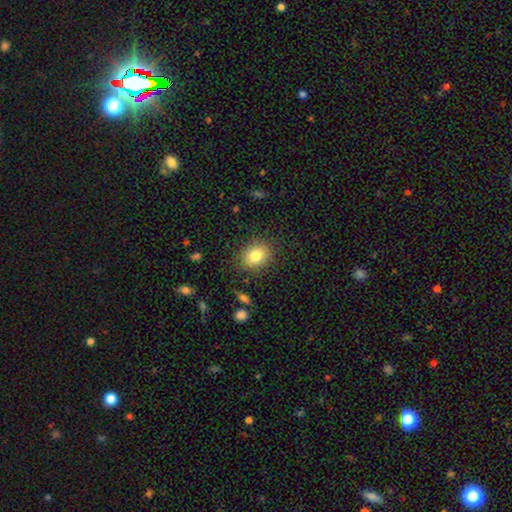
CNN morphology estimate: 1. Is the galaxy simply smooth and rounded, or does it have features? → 82% smooth, 9% star or artifact, 9% featured or disk.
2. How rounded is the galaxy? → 52% round, 47% in between, 1% cigar-shaped.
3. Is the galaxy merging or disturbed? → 85% none, 11% minor disturbance, 3% major disturbance, 1% merger.